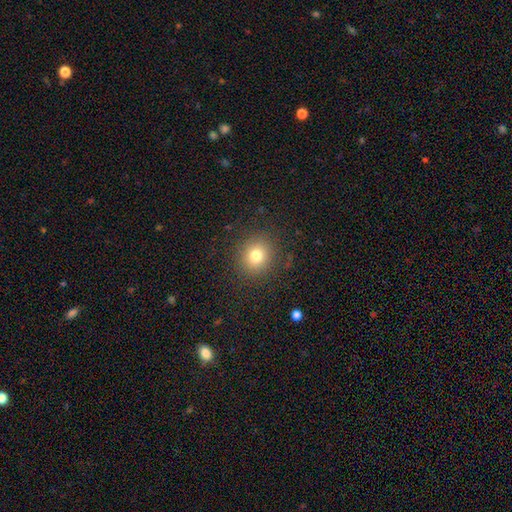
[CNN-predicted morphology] Smooth or featured: smooth — 77% (star or artifact — 14%)
How rounded: round — 86% (in between — 13%)
Merging: none — 88% (minor disturbance — 7%)